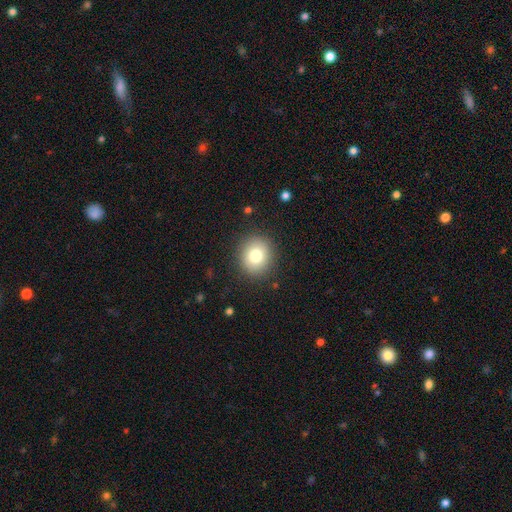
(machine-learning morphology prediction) This appears to be a smooth galaxy with no disk features (79%) that is round (83%). Merging: none (89%).